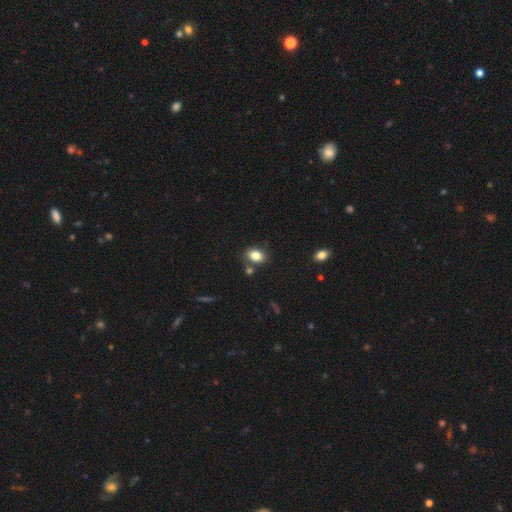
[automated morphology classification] Overall: smooth (83%). How rounded: in between (74%). Merging: none (74%).